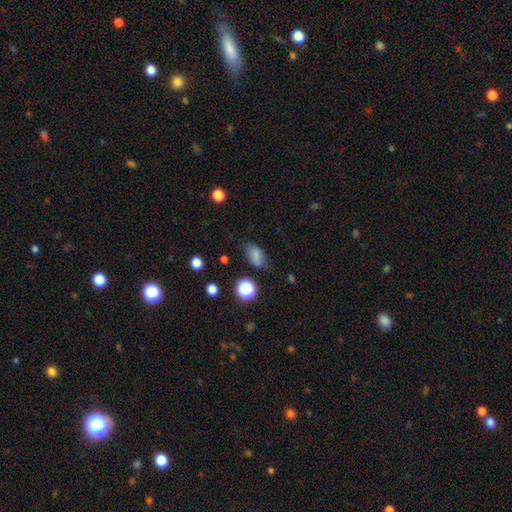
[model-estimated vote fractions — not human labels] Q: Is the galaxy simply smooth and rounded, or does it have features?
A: smooth — 79%.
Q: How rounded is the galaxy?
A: in between — 85%.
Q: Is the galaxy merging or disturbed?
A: none — 68%.